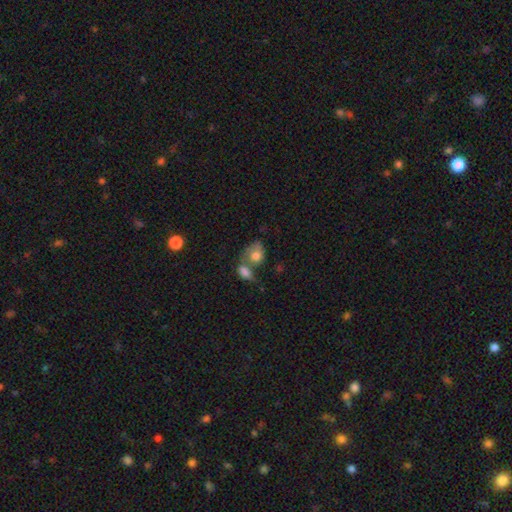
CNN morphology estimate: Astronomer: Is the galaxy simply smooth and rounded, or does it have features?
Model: smooth — 72%.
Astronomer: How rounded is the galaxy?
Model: in between — 65%.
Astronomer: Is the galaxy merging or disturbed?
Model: merger — 58%.